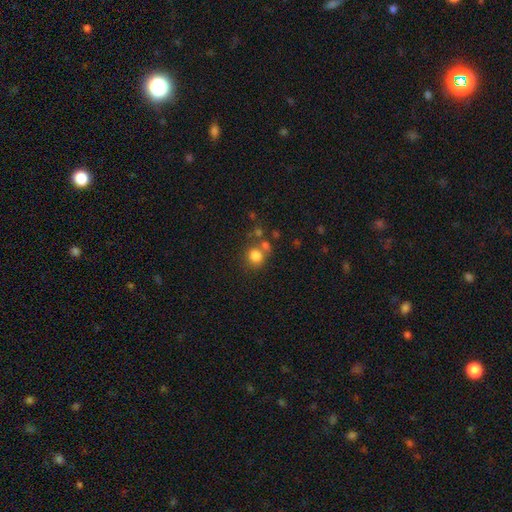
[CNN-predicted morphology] A smooth galaxy with no disk features (80%) that is round (85%). Merging: none (64%).